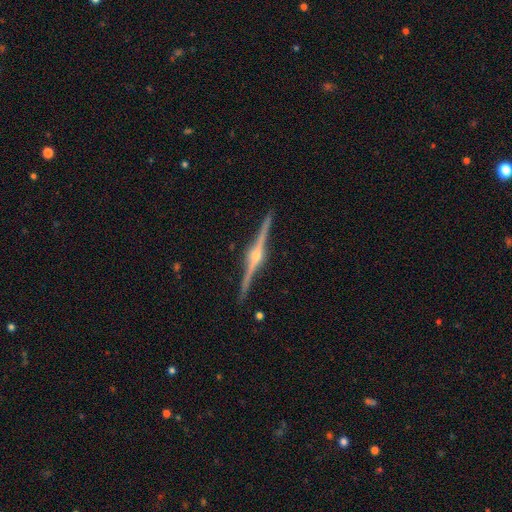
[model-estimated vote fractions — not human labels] This is clearly a featured or disk galaxy (89%). It is clearly viewed edge-on (98%). Edge-on bulge: clearly rounded (91%). Merging: clearly none (90%).